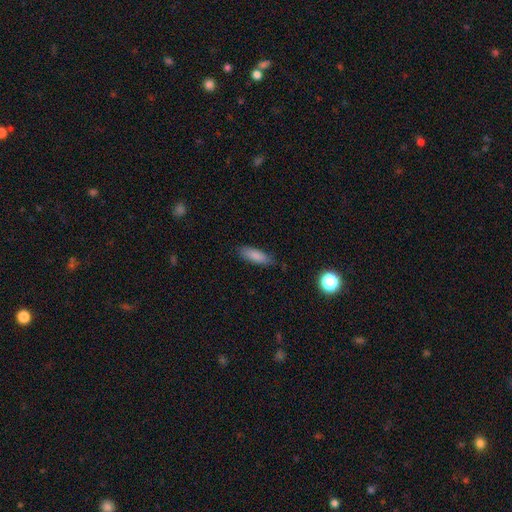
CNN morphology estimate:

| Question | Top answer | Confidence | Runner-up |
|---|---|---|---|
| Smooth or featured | smooth | 85% | featured or disk (8%) |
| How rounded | in between | 60% | cigar-shaped (38%) |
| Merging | none | 81% | minor disturbance (15%) |